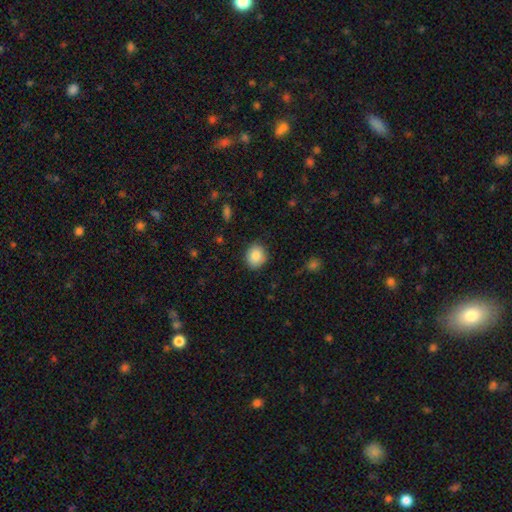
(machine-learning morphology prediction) Smooth or featured: smooth — 87% (star or artifact — 8%)
How rounded: round — 70% (in between — 29%)
Merging: none — 87% (minor disturbance — 10%)